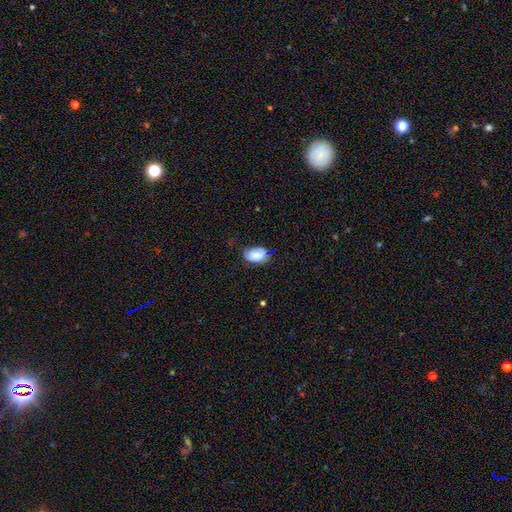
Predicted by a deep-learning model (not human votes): smooth_or_featured: smooth (p=0.77) [alt: featured or disk p=0.15]
how_rounded: in between (p=0.87) [alt: round p=0.11]
merging: none (p=0.60) [alt: minor disturbance p=0.30]